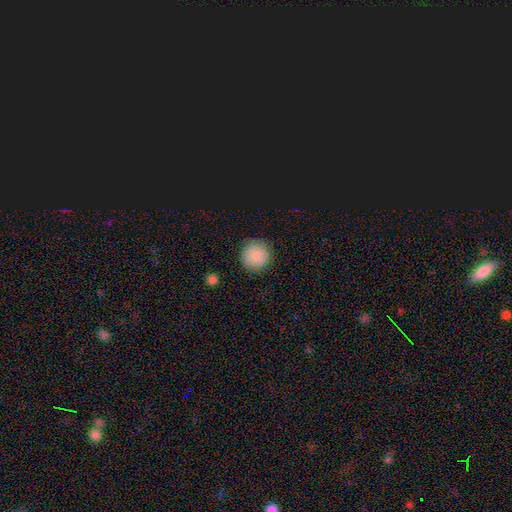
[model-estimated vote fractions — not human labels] Morphology: type=smooth (87%); roundness=round (95%); merging=none (88%).